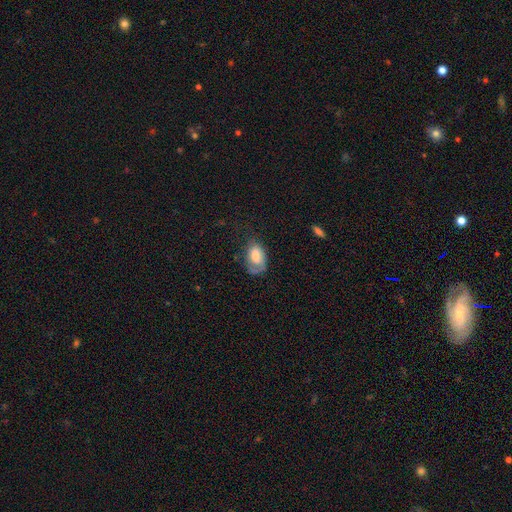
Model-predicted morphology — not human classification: Q: Smooth or featured?
A: smooth (67%); runner-up: featured or disk (26%)
Q: How rounded?
A: in between (90%); runner-up: round (8%)
Q: Merging?
A: none (42%); runner-up: minor disturbance (30%)